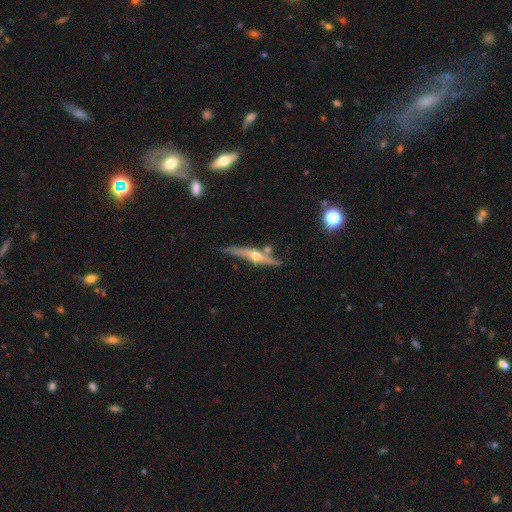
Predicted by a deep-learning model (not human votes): A featured or disk galaxy (73%) viewed edge-on (94%) with a rounded central bulge (93%). Merging: none (66%).